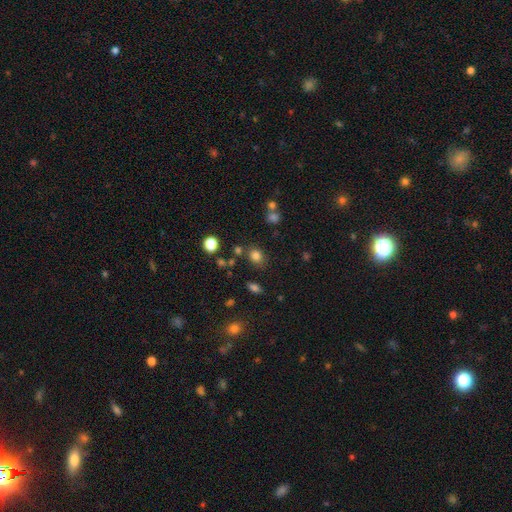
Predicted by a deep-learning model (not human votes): smooth_or_featured: smooth (p=0.79) [alt: star or artifact p=0.15]
how_rounded: round (p=0.63) [alt: in between p=0.36]
merging: none (p=0.76) [alt: minor disturbance p=0.13]